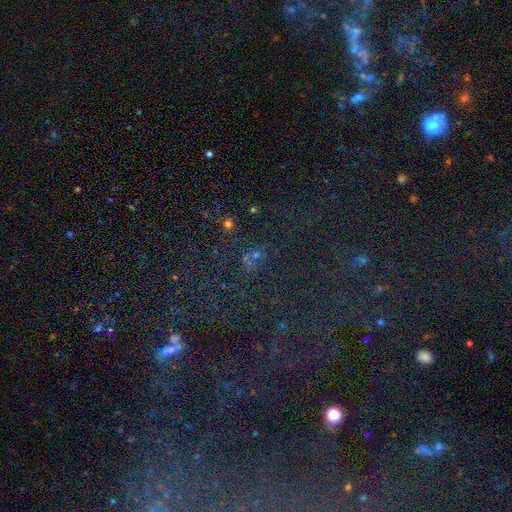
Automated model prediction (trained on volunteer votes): This appears to be a star or artifact, not a galaxy (58%).